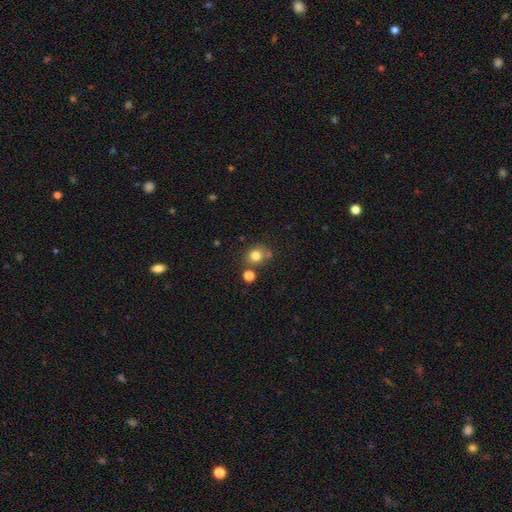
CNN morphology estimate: A smooth galaxy with no disk features (79%) that is round (78%).

Vote fractions:
- Smooth or featured? smooth: 79% / star or artifact: 13% / featured or disk: 8%
- How rounded? round: 78% / in between: 21% / cigar-shaped: 1%
- Merging? none: 68% / merger: 16% / minor disturbance: 12% / major disturbance: 4%